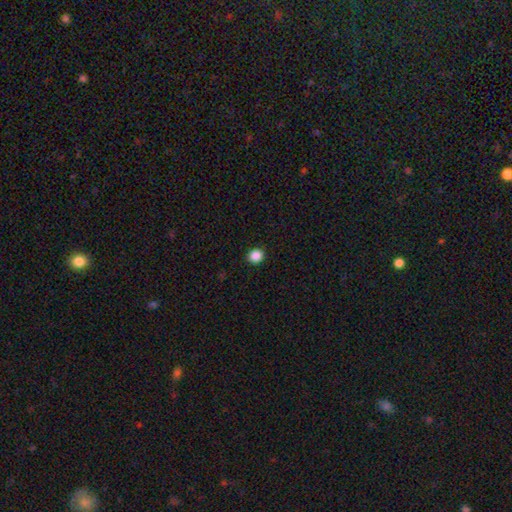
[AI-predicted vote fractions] smooth 87%, star or artifact 10%, featured or disk 3%. Down the decision tree: how rounded — round (84%); merging — none (92%).